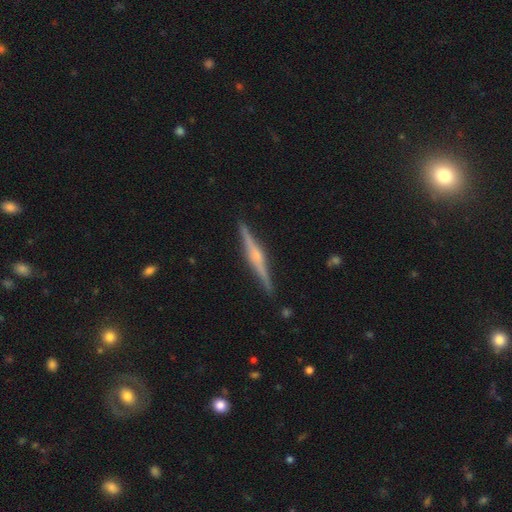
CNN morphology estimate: Smooth or featured: featured or disk — 82% (smooth — 13%)
Edge-on disk: yes — 98% (no — 2%)
Edge-on bulge: rounded — 79% (boxy — 12%)
Merging: none — 92% (minor disturbance — 6%)